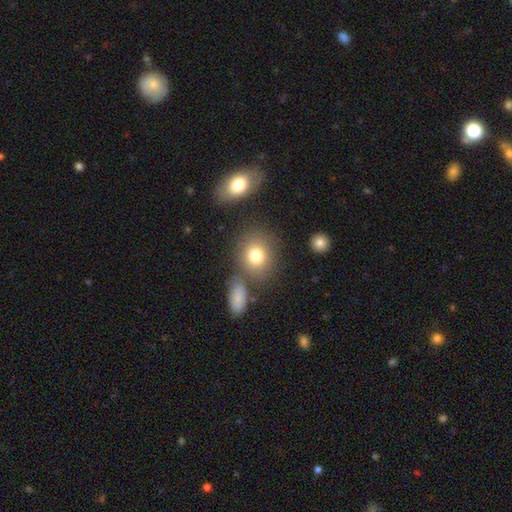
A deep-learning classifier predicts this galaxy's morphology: smooth-or-featured: smooth: 79% | star or artifact: 11% | featured or disk: 10%
  how-rounded: round: 70% | in between: 29% | cigar-shaped: 1%
  merging: none: 69% | merger: 15% | minor disturbance: 12% | major disturbance: 5%